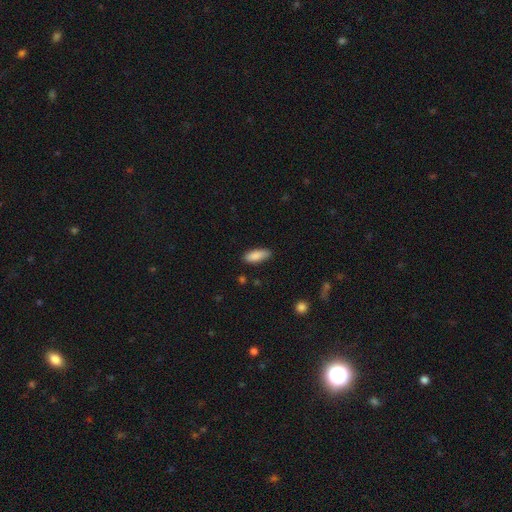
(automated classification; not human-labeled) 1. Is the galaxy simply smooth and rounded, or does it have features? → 88% smooth, 6% star or artifact, 6% featured or disk.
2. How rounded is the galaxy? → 74% in between, 24% cigar-shaped, 2% round.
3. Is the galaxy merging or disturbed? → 81% none, 15% minor disturbance, 2% major disturbance, 1% merger.